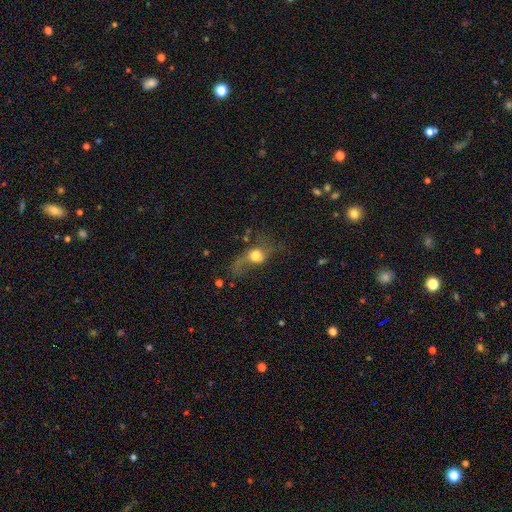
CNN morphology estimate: Smooth or featured? Predicted: smooth (p=0.55). How rounded? Predicted: round (p=0.61). Merging? Predicted: major disturbance (p=0.48).